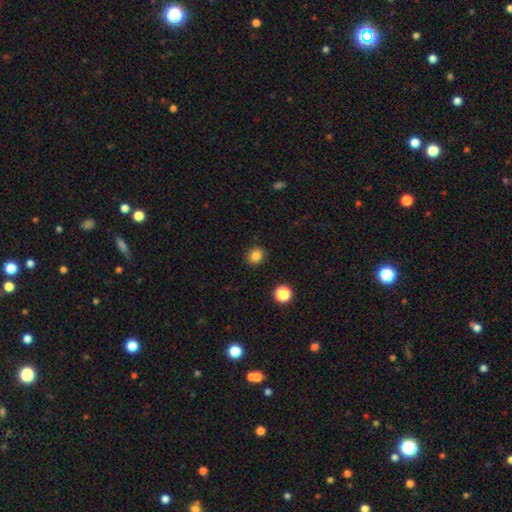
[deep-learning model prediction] Q: Smooth or featured?
A: smooth (83%); runner-up: star or artifact (12%)
Q: How rounded?
A: round (72%); runner-up: in between (27%)
Q: Merging?
A: none (89%); runner-up: minor disturbance (8%)